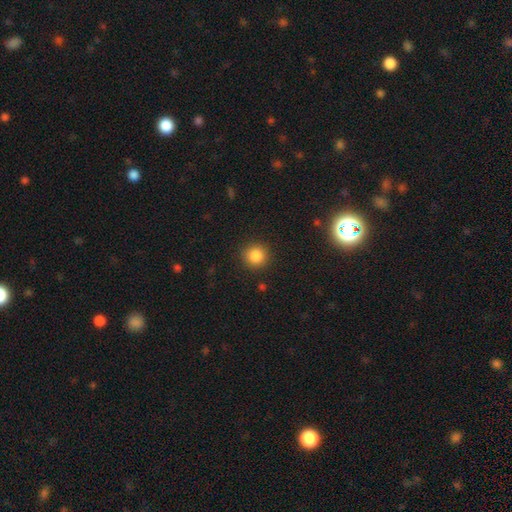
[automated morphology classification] Smooth or featured?
  - smooth: 85% *
  - star or artifact: 11%
  - featured or disk: 4%
How rounded?
  - round: 93% *
  - in between: 6%
  - cigar-shaped: 1%
Merging?
  - none: 90% *
  - minor disturbance: 6%
  - major disturbance: 2%
  - merger: 1%